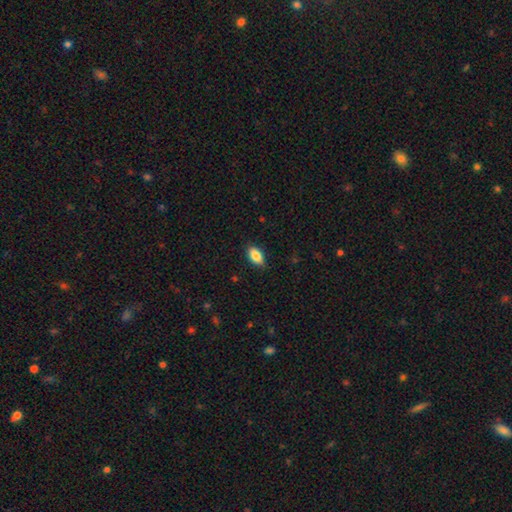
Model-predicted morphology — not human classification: smooth_or_featured: smooth (p=0.85) [alt: featured or disk p=0.08]
how_rounded: in between (p=0.91) [alt: cigar-shaped p=0.05]
merging: none (p=0.86) [alt: minor disturbance p=0.11]